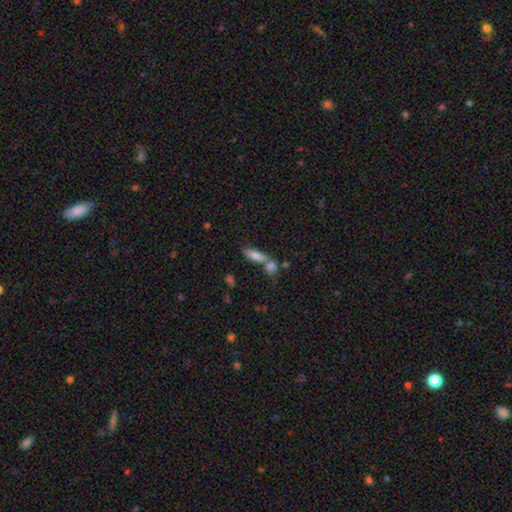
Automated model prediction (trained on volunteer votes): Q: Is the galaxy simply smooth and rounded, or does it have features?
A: smooth — 74%.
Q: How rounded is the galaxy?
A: in between — 51%.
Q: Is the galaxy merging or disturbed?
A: none — 43%.